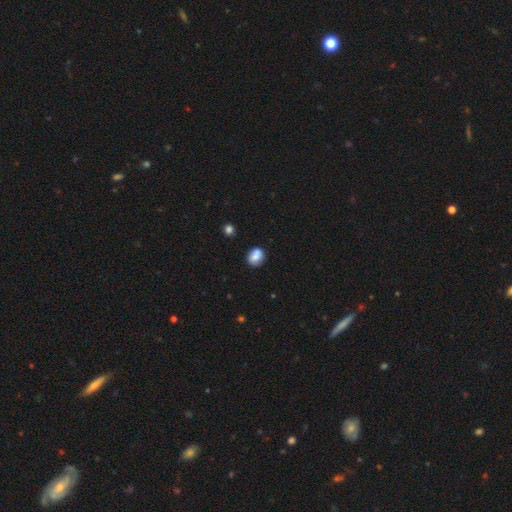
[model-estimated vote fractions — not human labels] Morphology: type=smooth (77%); roundness=round (63%); merging=none (71%).